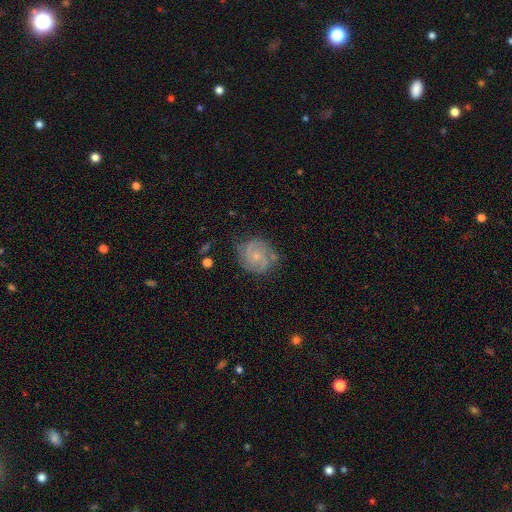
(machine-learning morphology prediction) Q: Smooth or featured?
A: featured or disk (80%); runner-up: smooth (13%)
Q: Edge-on disk?
A: no (98%); runner-up: yes (2%)
Q: Bar?
A: no (68%); runner-up: weak (28%)
Q: Spiral arms?
A: yes (96%); runner-up: no (4%)
Q: Spiral winding?
A: tight (52%); runner-up: medium (39%)
Q: Spiral arm count?
A: 2 (59%); runner-up: 3 (18%)
Q: Bulge size?
A: small (69%); runner-up: moderate (22%)
Q: Merging?
A: none (73%); runner-up: minor disturbance (19%)